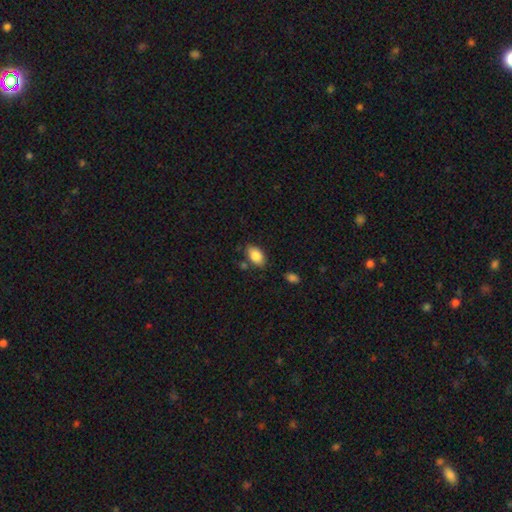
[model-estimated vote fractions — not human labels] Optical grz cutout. It shows a smooth galaxy with no disk features (86%) that is in between round and cigar-shaped (92%). Merging: none (77%).